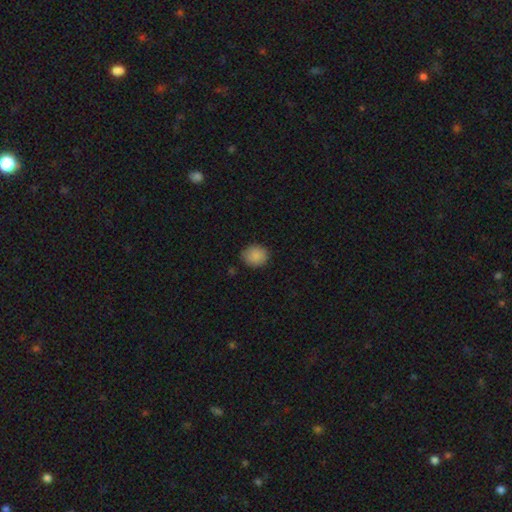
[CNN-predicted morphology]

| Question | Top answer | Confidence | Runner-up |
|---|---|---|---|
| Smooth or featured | smooth | 87% | star or artifact (9%) |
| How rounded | round | 73% | in between (26%) |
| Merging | none | 84% | minor disturbance (12%) |